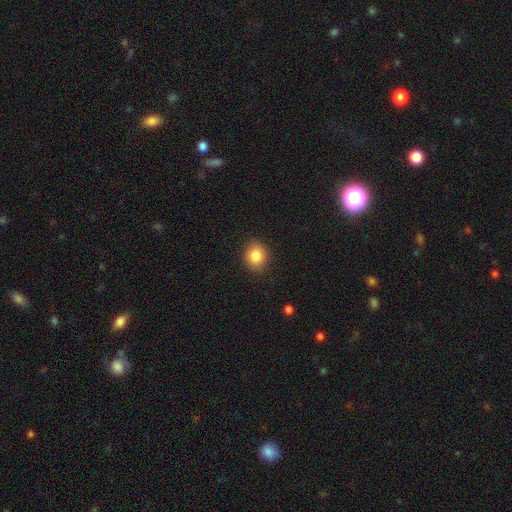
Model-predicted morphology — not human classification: Smooth or featured? smooth (85%)
How rounded? round (65%)
Merging? none (87%)